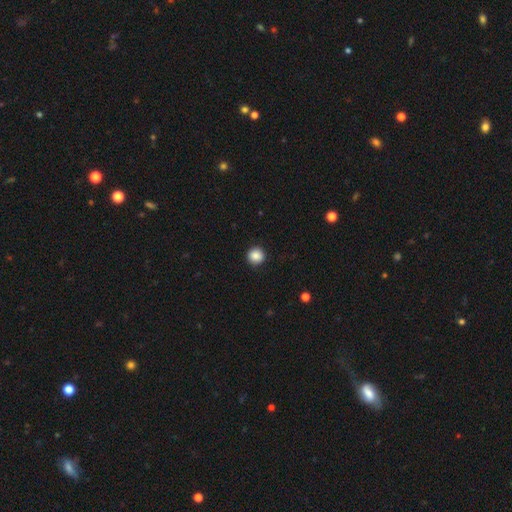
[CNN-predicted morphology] A smooth galaxy with no disk features (88%) that is round (93%).

Vote fractions:
- Smooth or featured? smooth: 88% / star or artifact: 9% / featured or disk: 3%
- How rounded? round: 93% / in between: 6% / cigar-shaped: 1%
- Merging? none: 92% / minor disturbance: 6% / major disturbance: 2% / merger: 1%